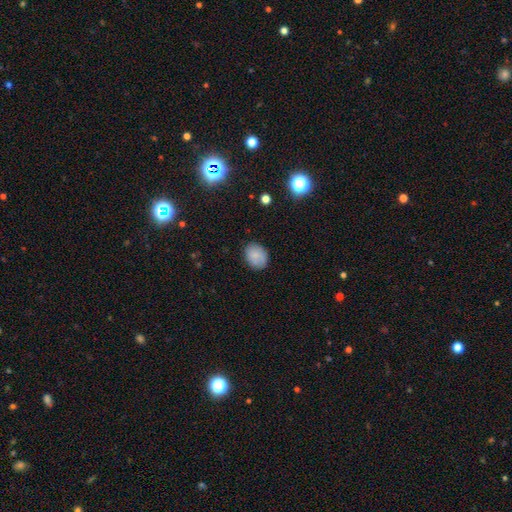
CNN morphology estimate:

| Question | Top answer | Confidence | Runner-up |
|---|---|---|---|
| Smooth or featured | smooth | 84% | star or artifact (9%) |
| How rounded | in between | 59% | round (40%) |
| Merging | none | 84% | minor disturbance (12%) |